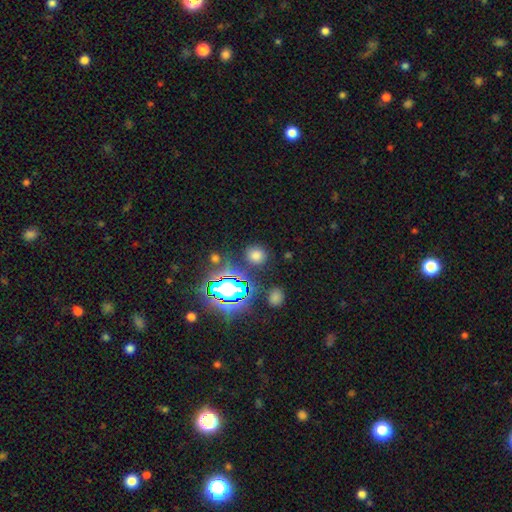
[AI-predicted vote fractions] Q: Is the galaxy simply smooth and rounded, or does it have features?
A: smooth — 67%.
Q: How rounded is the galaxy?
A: round — 81%.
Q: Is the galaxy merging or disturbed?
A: none — 83%.